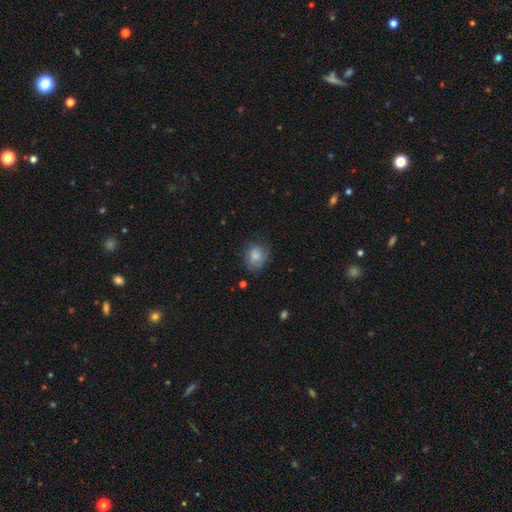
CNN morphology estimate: Smooth or featured? smooth (70%)
How rounded? round (65%)
Merging? none (66%)